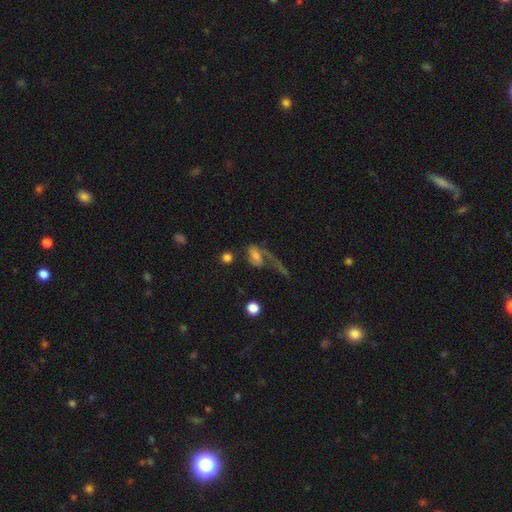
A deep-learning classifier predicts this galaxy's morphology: A featured or disk galaxy (51%).

Vote fractions:
- Smooth or featured? featured or disk: 51% / smooth: 38% / star or artifact: 11%
- Edge-on disk? no: 94% / yes: 6%
- Merging? major disturbance: 48% / none: 26% / minor disturbance: 14% / merger: 13%